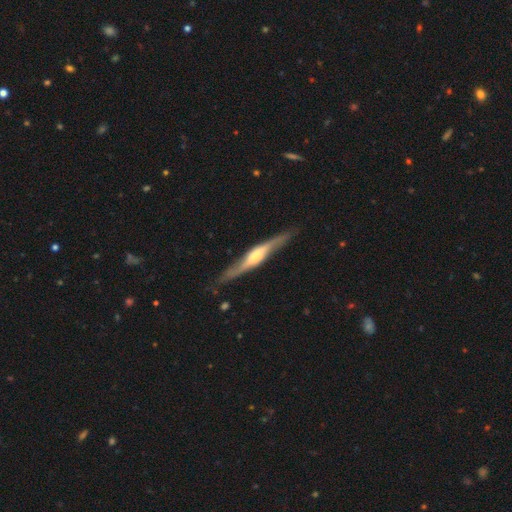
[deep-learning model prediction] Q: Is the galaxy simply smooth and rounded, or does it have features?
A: featured or disk — 72%.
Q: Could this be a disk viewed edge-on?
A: yes — 87%.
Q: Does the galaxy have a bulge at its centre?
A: rounded — 75%.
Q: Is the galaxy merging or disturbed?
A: none — 82%.